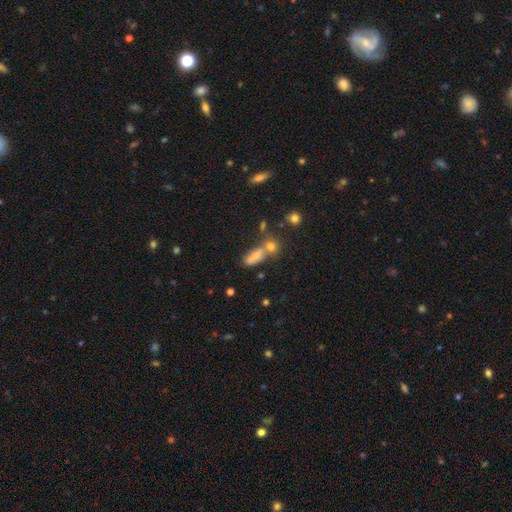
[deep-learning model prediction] This is likely a smooth galaxy (61%). How rounded: possibly in between (55%). Merging: possibly none (48%).